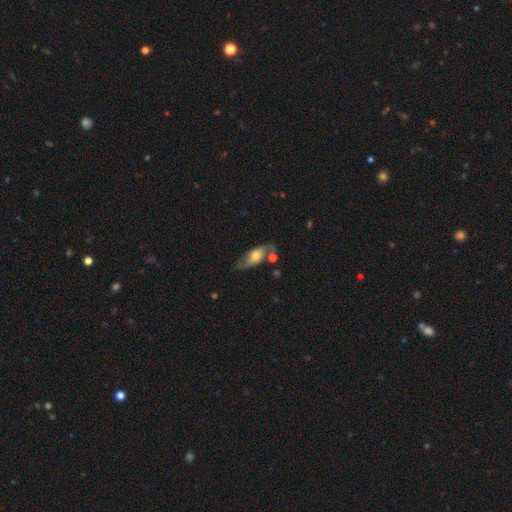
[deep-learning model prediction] Morphology: type=featured or disk (63%); edge-on=no (82%); bar=no (69%); spiral arms=yes (79%); bulge=moderate (60%); merging=none (65%).